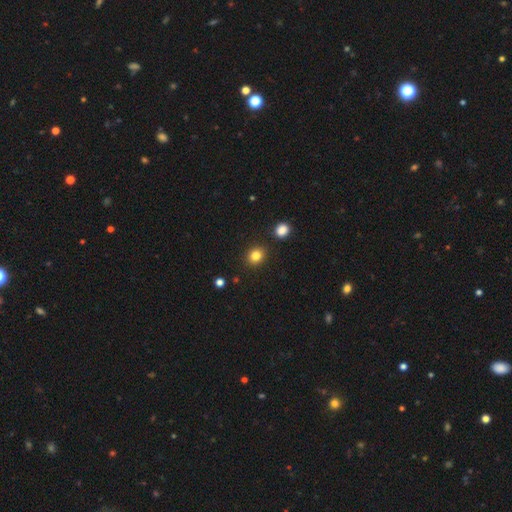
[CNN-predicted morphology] Smooth or featured? Predicted: smooth (p=0.83). How rounded? Predicted: round (p=0.70). Merging? Predicted: none (p=0.88).